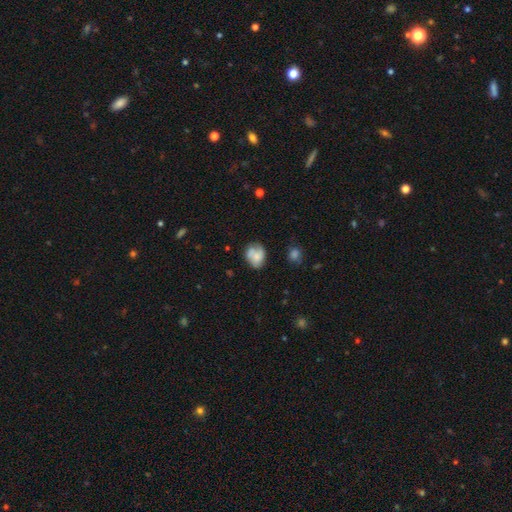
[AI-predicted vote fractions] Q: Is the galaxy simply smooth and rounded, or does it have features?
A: smooth — 57%.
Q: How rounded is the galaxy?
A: in between — 56%.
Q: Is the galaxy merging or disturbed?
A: none — 48%.